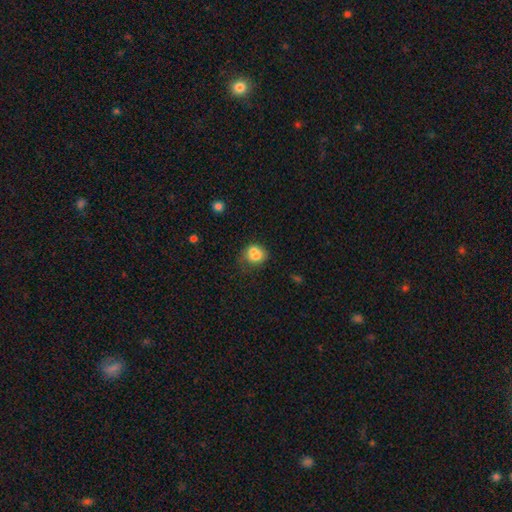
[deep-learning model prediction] smooth 71%, featured or disk 19%, star or artifact 10%. Down the decision tree: how rounded — round (64%); merging — merger (48%).